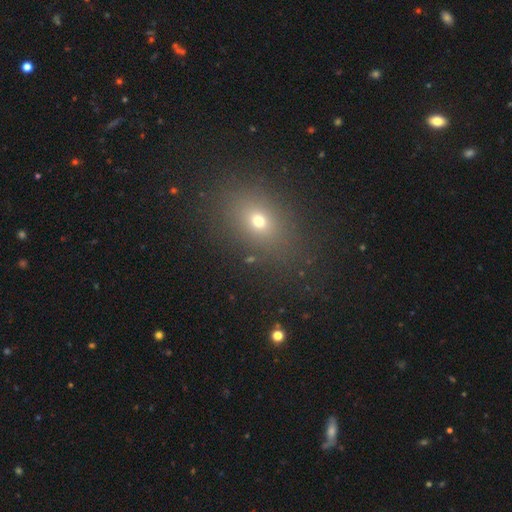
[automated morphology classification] Smooth or featured? smooth (60%)
How rounded? in between (64%)
Merging? none (87%)